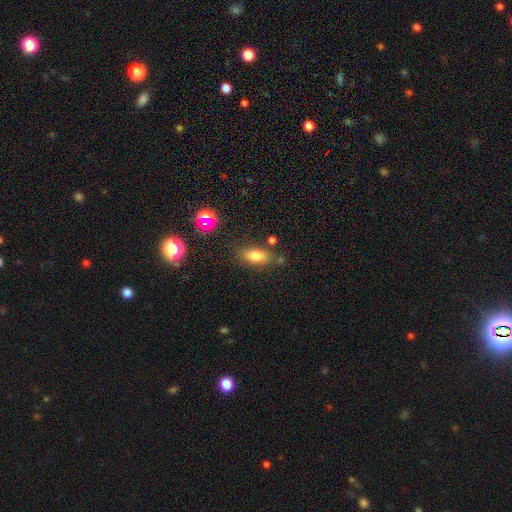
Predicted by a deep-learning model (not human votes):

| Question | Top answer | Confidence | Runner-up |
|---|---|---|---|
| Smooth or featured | smooth | 78% | star or artifact (12%) |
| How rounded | in between | 82% | cigar-shaped (11%) |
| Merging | none | 75% | minor disturbance (15%) |